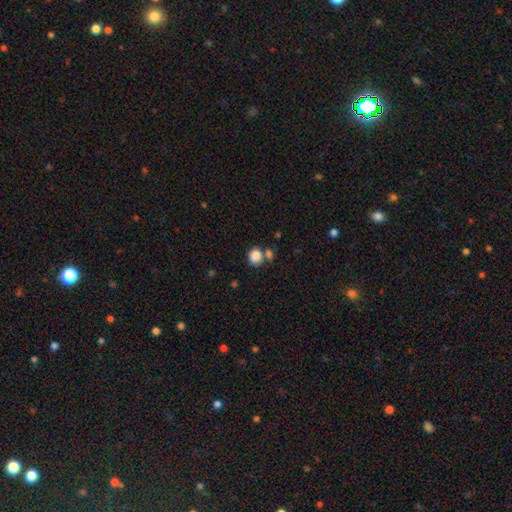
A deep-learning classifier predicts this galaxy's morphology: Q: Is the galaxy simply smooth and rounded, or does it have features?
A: smooth — 85%.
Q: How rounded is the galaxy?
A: round — 64%.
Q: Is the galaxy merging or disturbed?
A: none — 57%.